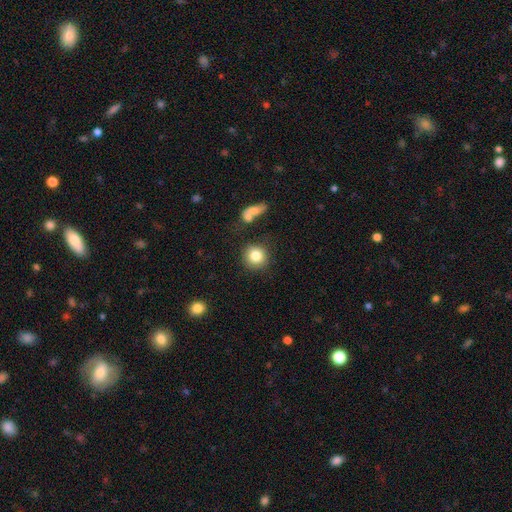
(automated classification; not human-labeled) A smooth galaxy with no disk features (82%) that is round (91%). Merging: none (82%).